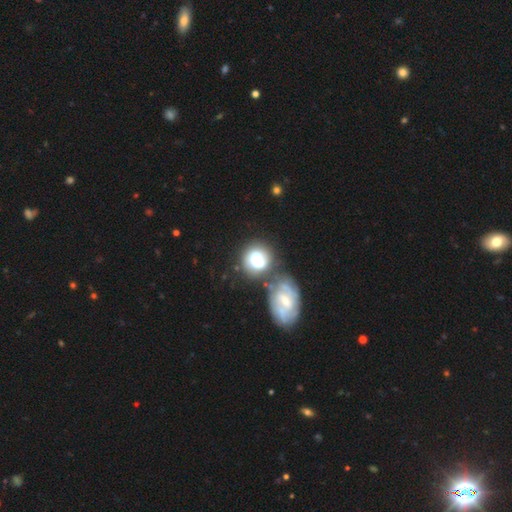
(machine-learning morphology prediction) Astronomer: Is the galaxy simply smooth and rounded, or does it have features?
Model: smooth — 62%.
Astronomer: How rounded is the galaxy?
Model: round — 73%.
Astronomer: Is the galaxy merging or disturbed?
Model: merger — 42% (runner-up: none, 35%).